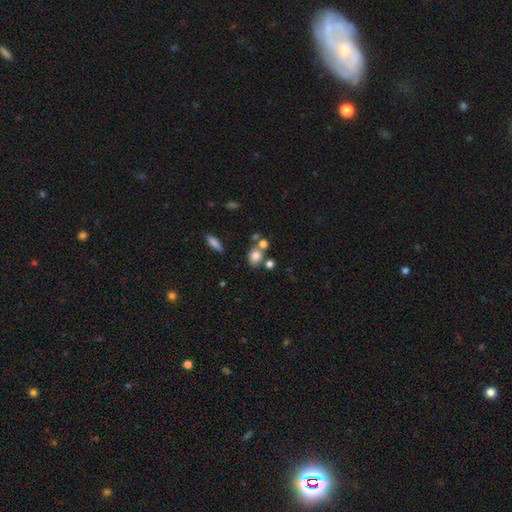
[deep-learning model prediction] smooth-or-featured: smooth: 78% | star or artifact: 12% | featured or disk: 10%
  how-rounded: round: 53% | in between: 45% | cigar-shaped: 2%
  merging: none: 56% | merger: 27% | minor disturbance: 12% | major disturbance: 5%